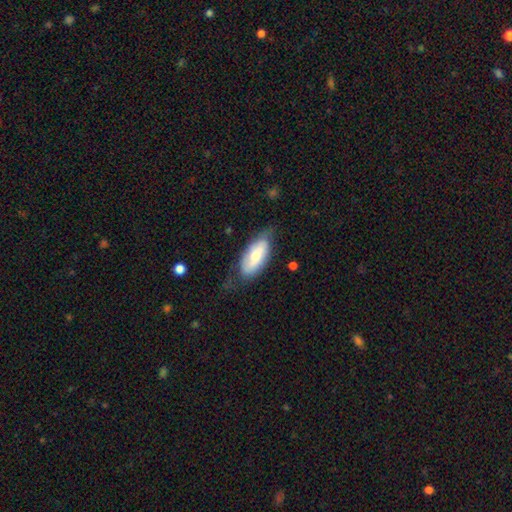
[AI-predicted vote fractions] Smooth or featured: smooth — 57% (featured or disk — 37%)
How rounded: in between — 87% (cigar-shaped — 11%)
Merging: none — 58% (minor disturbance — 30%)